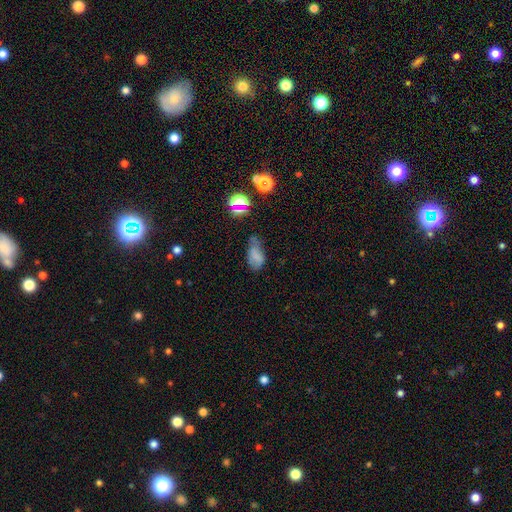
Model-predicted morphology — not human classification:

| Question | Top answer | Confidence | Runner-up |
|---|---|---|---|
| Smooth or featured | smooth | 65% | featured or disk (18%) |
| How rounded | in between | 87% | round (8%) |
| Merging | none | 36% | tied: minor disturbance (36%) |